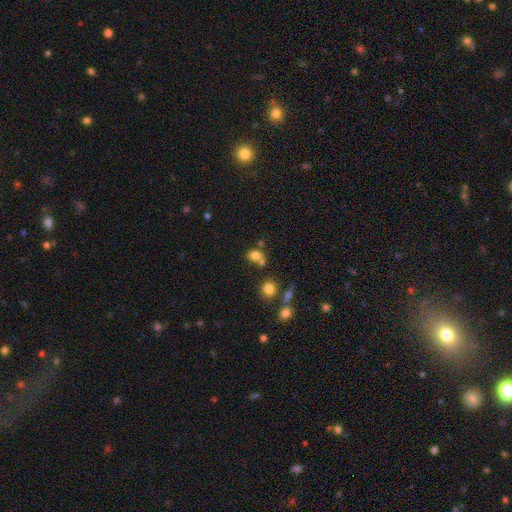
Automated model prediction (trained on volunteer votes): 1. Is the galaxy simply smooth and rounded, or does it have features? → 75% smooth, 14% star or artifact, 10% featured or disk.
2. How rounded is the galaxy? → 51% in between, 48% round, 1% cigar-shaped.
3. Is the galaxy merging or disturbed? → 46% none, 36% merger, 13% minor disturbance, 5% major disturbance.